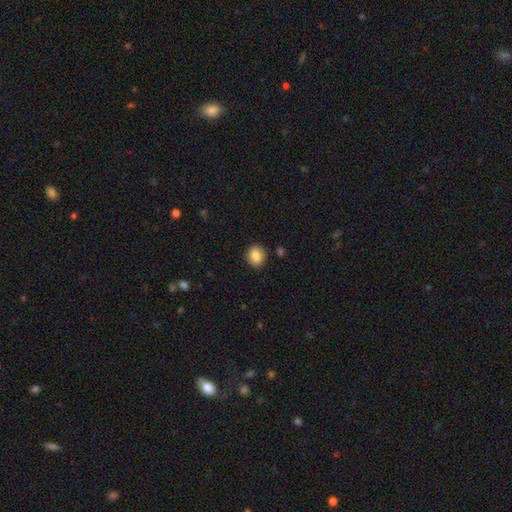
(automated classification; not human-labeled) This appears to be a smooth galaxy with no disk features (83%) that is round (72%). Merging: none (87%).